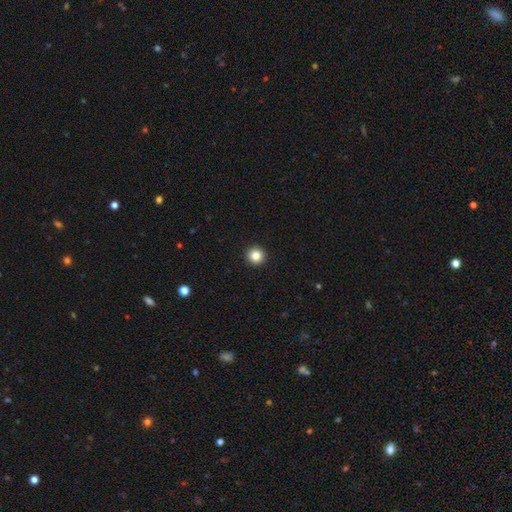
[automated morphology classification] smooth_or_featured: smooth (p=0.83) [alt: star or artifact p=0.11]
how_rounded: round (p=0.95) [alt: in between p=0.04]
merging: none (p=0.94) [alt: minor disturbance p=0.04]